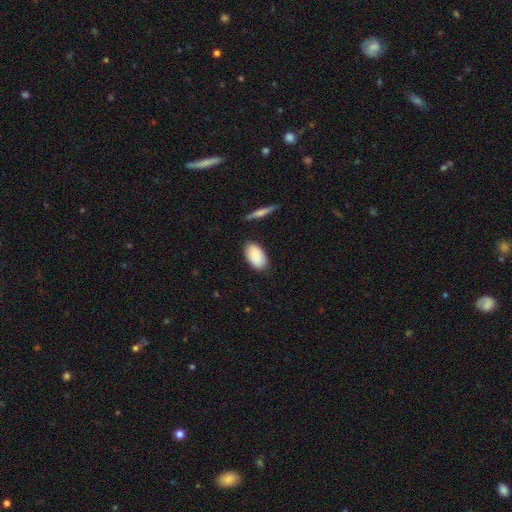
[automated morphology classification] Smooth or featured: smooth — 88% (star or artifact — 6%)
How rounded: in between — 94% (round — 3%)
Merging: none — 84% (minor disturbance — 12%)